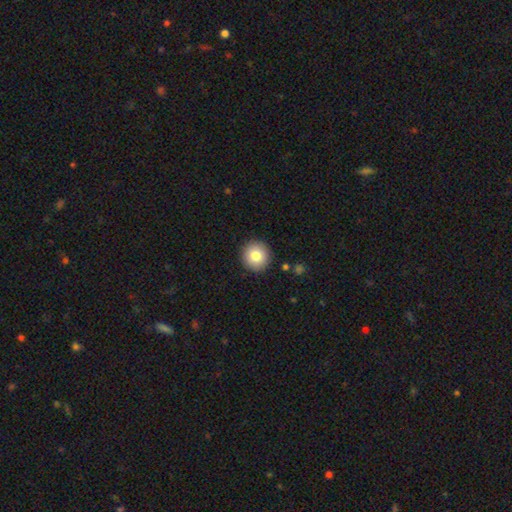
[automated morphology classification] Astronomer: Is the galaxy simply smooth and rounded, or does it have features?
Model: smooth — 81%.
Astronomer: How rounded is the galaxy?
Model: round — 95%.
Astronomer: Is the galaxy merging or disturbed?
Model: none — 92%.